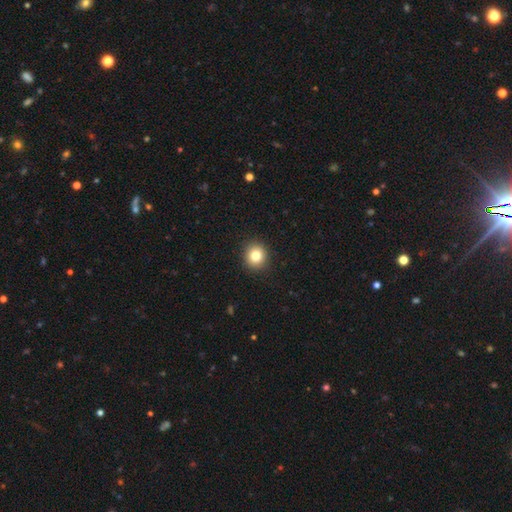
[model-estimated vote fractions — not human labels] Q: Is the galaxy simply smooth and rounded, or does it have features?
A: smooth — 82%.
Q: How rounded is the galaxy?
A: round — 88%.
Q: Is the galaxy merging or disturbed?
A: none — 92%.